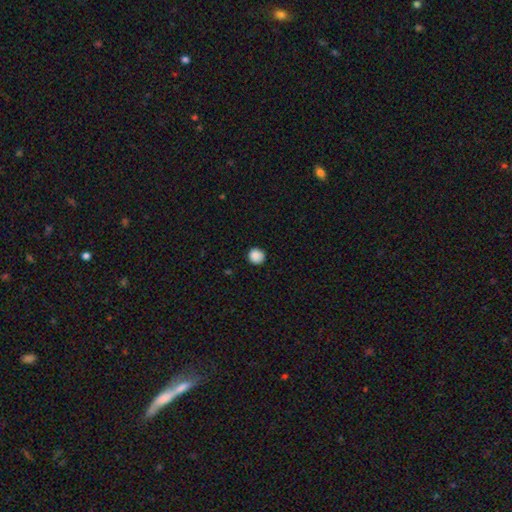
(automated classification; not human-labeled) Smooth or featured?
  - smooth: 87% *
  - star or artifact: 9%
  - featured or disk: 4%
How rounded?
  - round: 93% *
  - in between: 6%
  - cigar-shaped: 1%
Merging?
  - none: 88% *
  - minor disturbance: 9%
  - major disturbance: 2%
  - merger: 1%